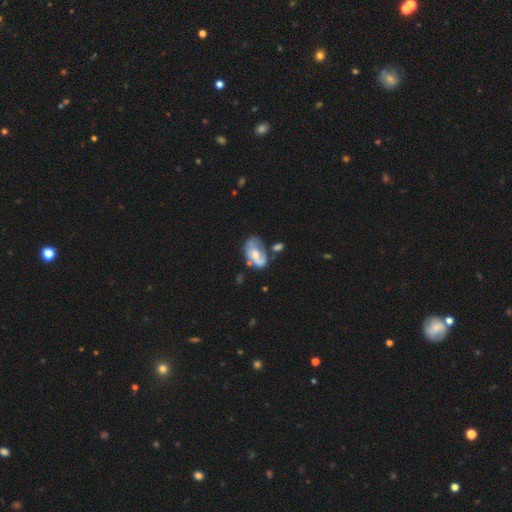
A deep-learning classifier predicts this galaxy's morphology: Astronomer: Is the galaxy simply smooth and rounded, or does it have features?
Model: featured or disk — 61%.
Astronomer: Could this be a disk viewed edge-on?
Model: no — 96%.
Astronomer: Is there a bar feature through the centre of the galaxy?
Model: no — 67%.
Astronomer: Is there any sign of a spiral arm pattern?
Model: yes — 61% (runner-up: no, 39%).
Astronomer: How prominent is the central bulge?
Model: moderate — 58%.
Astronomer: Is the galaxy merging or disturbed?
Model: none — 39% (runner-up: minor disturbance, 27%).